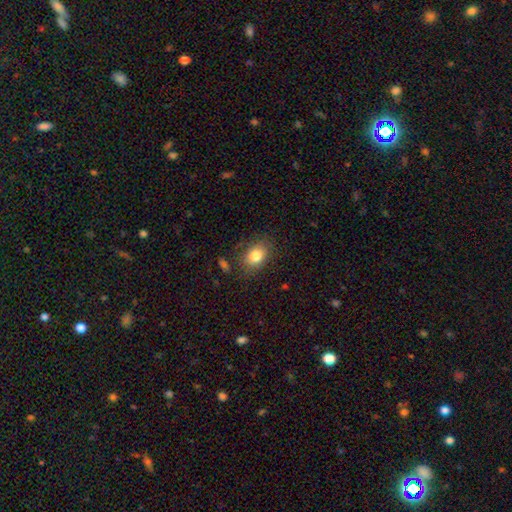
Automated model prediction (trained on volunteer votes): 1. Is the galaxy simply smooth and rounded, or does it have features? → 82% smooth, 9% featured or disk, 9% star or artifact.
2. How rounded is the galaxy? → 71% in between, 28% round, 1% cigar-shaped.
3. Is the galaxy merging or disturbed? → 79% none, 14% minor disturbance, 4% major disturbance, 2% merger.